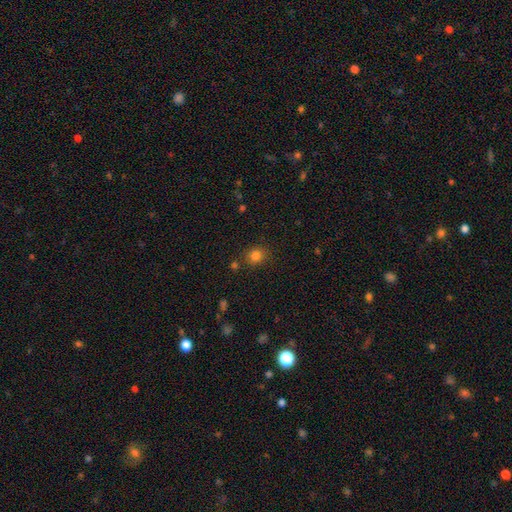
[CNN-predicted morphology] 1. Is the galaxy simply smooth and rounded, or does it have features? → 81% smooth, 14% star or artifact, 5% featured or disk.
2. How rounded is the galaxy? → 78% round, 21% in between, 1% cigar-shaped.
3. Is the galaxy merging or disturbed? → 82% none, 11% minor disturbance, 4% merger, 3% major disturbance.